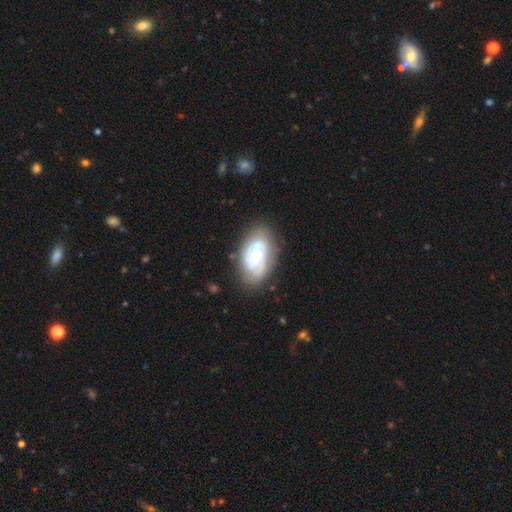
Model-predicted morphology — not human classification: Smooth or featured? featured or disk (68%)
Edge-on disk? no (96%)
Bar? no (57%)
Spiral arms? yes (81%)
Spiral winding? tight (54%)
Spiral arm count? 2 (47%)
Bulge size? small (49%)
Merging? none (71%)